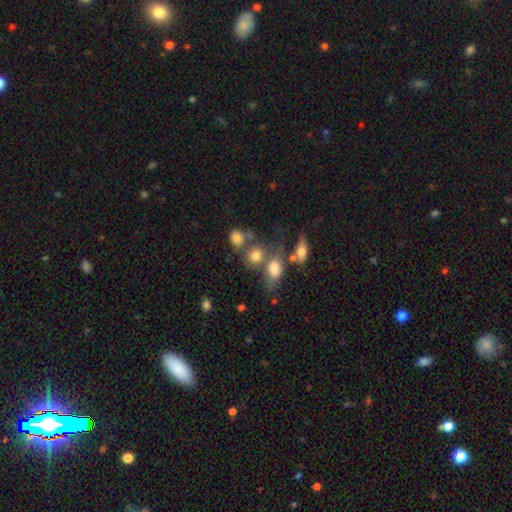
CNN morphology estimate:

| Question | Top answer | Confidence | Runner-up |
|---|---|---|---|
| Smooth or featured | smooth | 75% | star or artifact (13%) |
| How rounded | round | 57% | in between (41%) |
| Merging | none | 40% | merger (38%) |